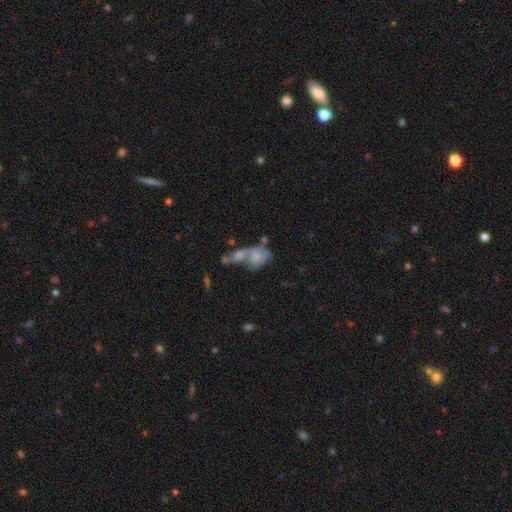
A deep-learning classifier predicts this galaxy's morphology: Smooth or featured? smooth (59%)
How rounded? in between (77%)
Merging? merger (62%)